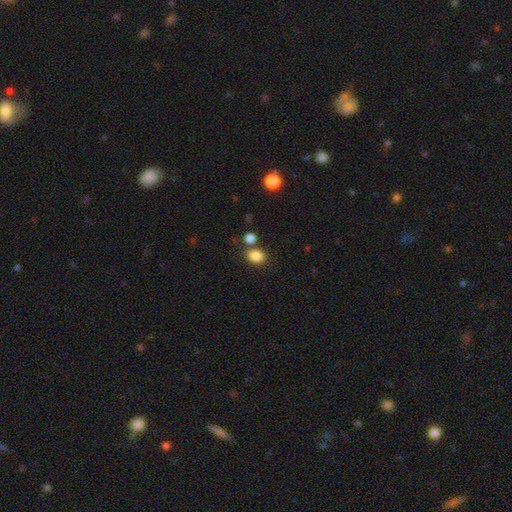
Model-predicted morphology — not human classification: Overall: smooth (85%). How rounded: round (52%; in between 47%). Merging: none (71%).